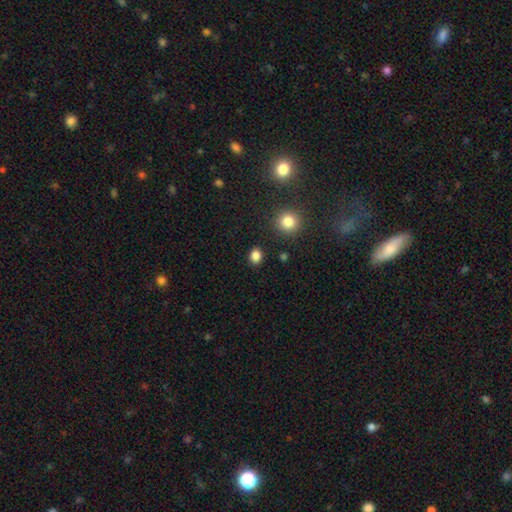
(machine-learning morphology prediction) Smooth or featured?
  - smooth: 84% *
  - star or artifact: 12%
  - featured or disk: 4%
How rounded?
  - round: 60% *
  - in between: 39%
  - cigar-shaped: 1%
Merging?
  - none: 88% *
  - minor disturbance: 8%
  - major disturbance: 3%
  - merger: 2%